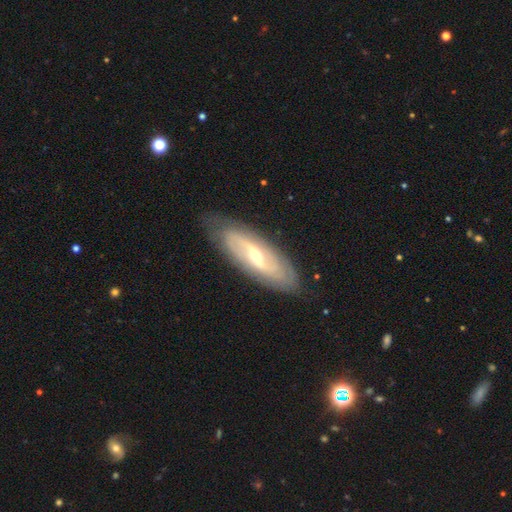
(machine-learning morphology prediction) Smooth or featured?
  - featured or disk: 80% *
  - smooth: 15%
  - star or artifact: 6%
Edge-on disk?
  - no: 85% *
  - yes: 15%
Bar?
  - weak: 44% *
  - strong: 38%
  - no: 19%
Spiral arms?
  - yes: 86% *
  - no: 14%
Spiral winding?
  - loose: 36% * (tied)
  - medium: 36% * (tied)
  - tight: 28%
Spiral arm count?
  - 2: 74% *
  - can't tell: 18%
  - 3: 3%
  - 1: 2%
  - 4: 2%
  - more than 4: 2%
Bulge size?
  - small: 50% *
  - moderate: 46%
  - large: 2%
  - none: 1%
  - dominant: 1%
Merging?
  - none: 81% *
  - minor disturbance: 14%
  - major disturbance: 4%
  - merger: 1%